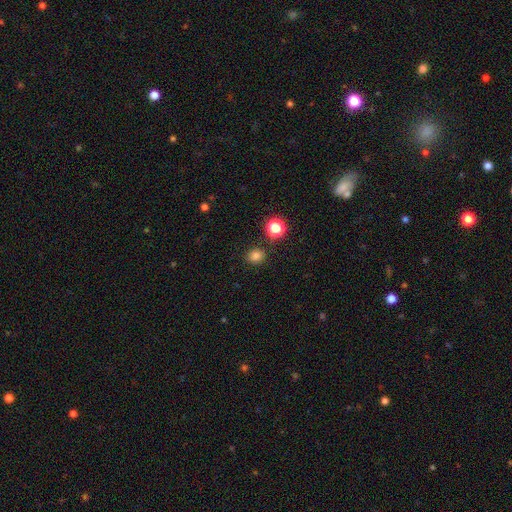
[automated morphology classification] This is likely a smooth galaxy (79%). How rounded: likely round (68%). Merging: clearly none (85%).